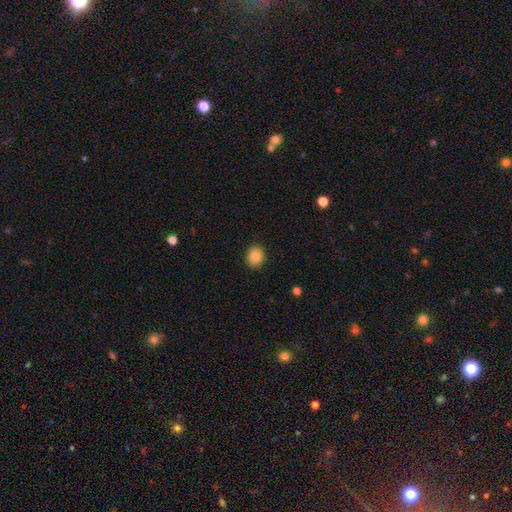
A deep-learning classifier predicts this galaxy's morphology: Smooth or featured? Predicted: smooth (p=0.86). How rounded? Predicted: round (p=0.67). Merging? Predicted: none (p=0.90).